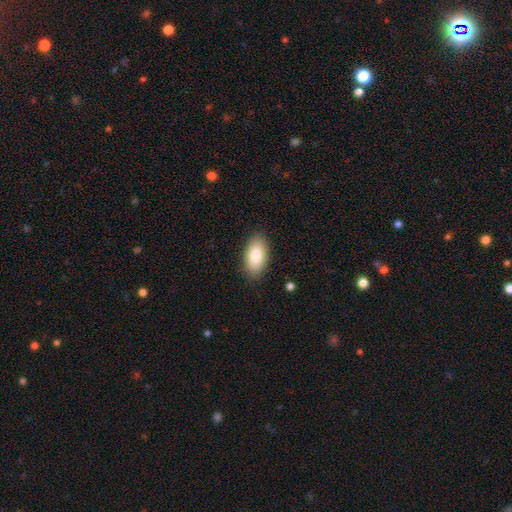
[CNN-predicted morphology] Smooth or featured: smooth — 84% (featured or disk — 10%)
How rounded: in between — 94% (round — 3%)
Merging: none — 87% (minor disturbance — 10%)